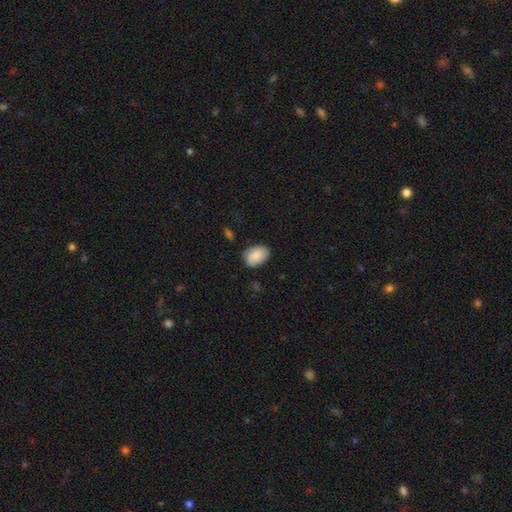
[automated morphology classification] This appears to be a smooth galaxy with no disk features (86%) that is in between round and cigar-shaped (86%). Merging: none (72%).